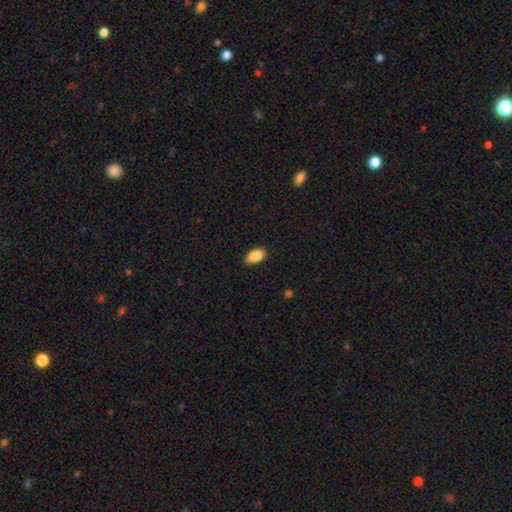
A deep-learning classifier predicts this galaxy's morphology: smooth-or-featured: smooth: 86% | star or artifact: 8% | featured or disk: 6%
  how-rounded: in between: 90% | round: 6% | cigar-shaped: 3%
  merging: none: 62% | minor disturbance: 32% | major disturbance: 4% | merger: 1%